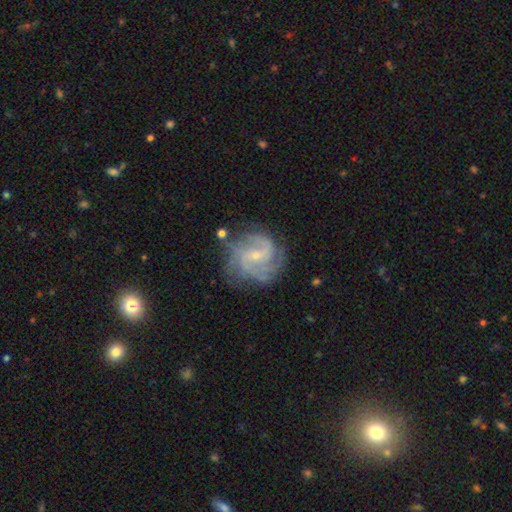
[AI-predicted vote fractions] Q: Smooth or featured?
A: featured or disk (87%); runner-up: smooth (7%)
Q: Edge-on disk?
A: no (98%); runner-up: yes (2%)
Q: Bar?
A: no (47%); runner-up: weak (43%)
Q: Spiral arms?
A: yes (97%); runner-up: no (3%)
Q: Spiral winding?
A: tight (46%); runner-up: medium (44%)
Q: Spiral arm count?
A: 3 (34%); runner-up: 4 (19%)
Q: Bulge size?
A: small (77%); runner-up: moderate (19%)
Q: Merging?
A: none (71%); runner-up: minor disturbance (18%)